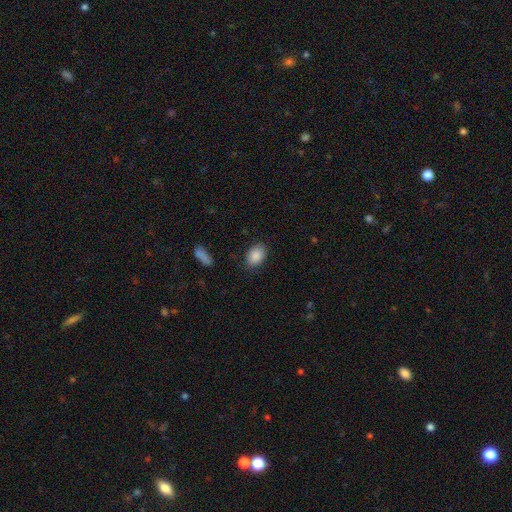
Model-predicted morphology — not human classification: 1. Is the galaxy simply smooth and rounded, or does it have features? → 88% smooth, 7% star or artifact, 4% featured or disk.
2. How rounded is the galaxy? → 82% in between, 17% round, 1% cigar-shaped.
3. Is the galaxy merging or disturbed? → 83% none, 13% minor disturbance, 3% major disturbance, 1% merger.